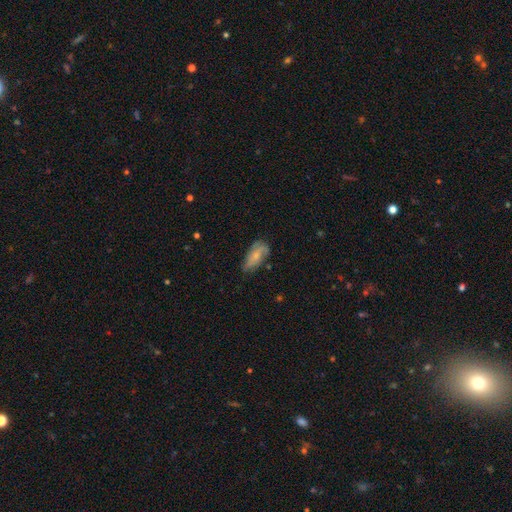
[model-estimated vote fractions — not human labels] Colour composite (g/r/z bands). It shows a smooth galaxy with no disk features (48%). Merging: none (55%).